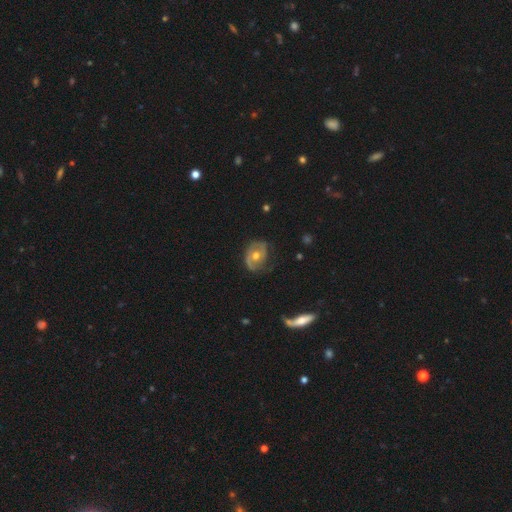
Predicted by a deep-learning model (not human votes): Q: Smooth or featured?
A: featured or disk (70%); runner-up: smooth (23%)
Q: Edge-on disk?
A: no (96%); runner-up: yes (4%)
Q: Bar?
A: no (70%); runner-up: weak (23%)
Q: Spiral arms?
A: yes (79%); runner-up: no (21%)
Q: Spiral winding?
A: medium (40%); runner-up: tight (32%)
Q: Spiral arm count?
A: 2 (72%); runner-up: can't tell (14%)
Q: Bulge size?
A: moderate (76%); runner-up: small (16%)
Q: Merging?
A: none (65%); runner-up: minor disturbance (24%)